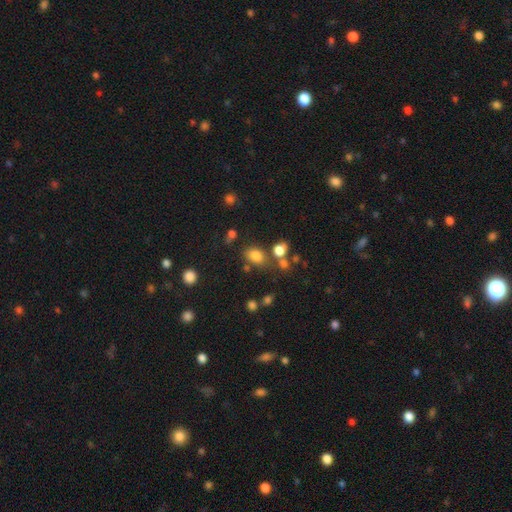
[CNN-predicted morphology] Smooth or featured? Predicted: smooth (p=0.78). How rounded? Predicted: in between (p=0.72). Merging? Predicted: none (p=0.65).